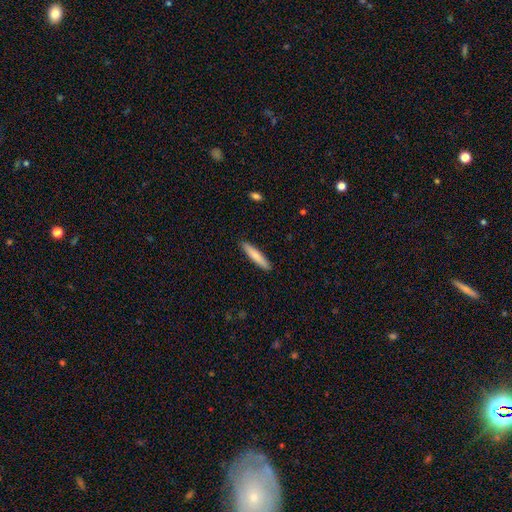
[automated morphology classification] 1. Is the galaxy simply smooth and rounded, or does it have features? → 79% smooth, 16% featured or disk, 5% star or artifact.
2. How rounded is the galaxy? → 89% cigar-shaped, 10% in between, 1% round.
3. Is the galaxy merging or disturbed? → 91% none, 6% minor disturbance, 1% major disturbance, 1% merger.